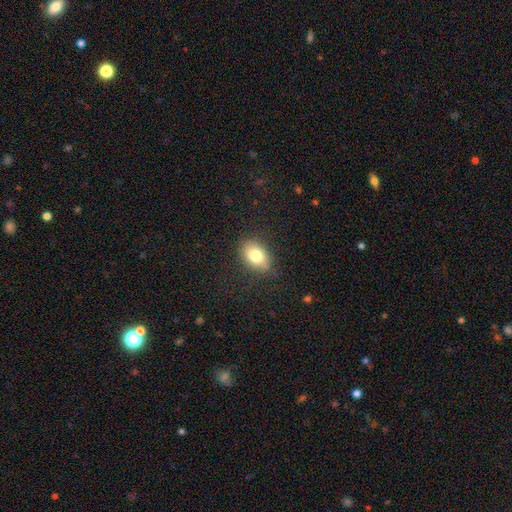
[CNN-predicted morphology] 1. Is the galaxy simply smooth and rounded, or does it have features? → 79% smooth, 12% featured or disk, 9% star or artifact.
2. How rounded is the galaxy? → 80% in between, 18% round, 2% cigar-shaped.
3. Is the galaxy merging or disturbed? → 78% none, 16% minor disturbance, 4% major disturbance, 1% merger.